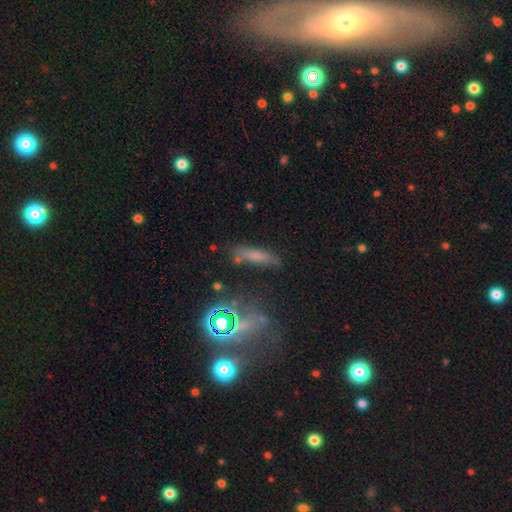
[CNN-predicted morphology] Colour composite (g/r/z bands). It shows a smooth galaxy with no disk features (58%) that is cigar-shaped (72%). Merging: none (63%).